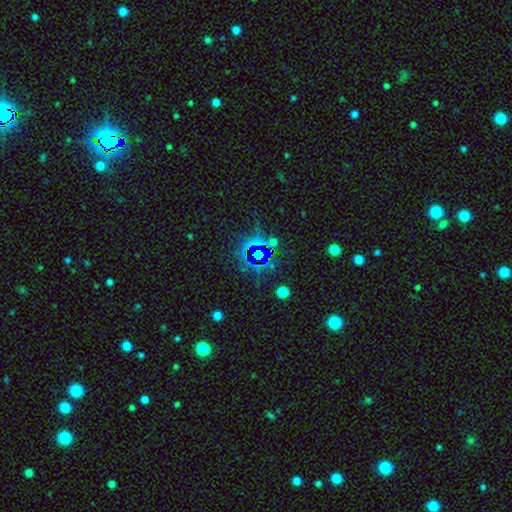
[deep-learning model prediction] Morphology: type=star or artifact (75%).